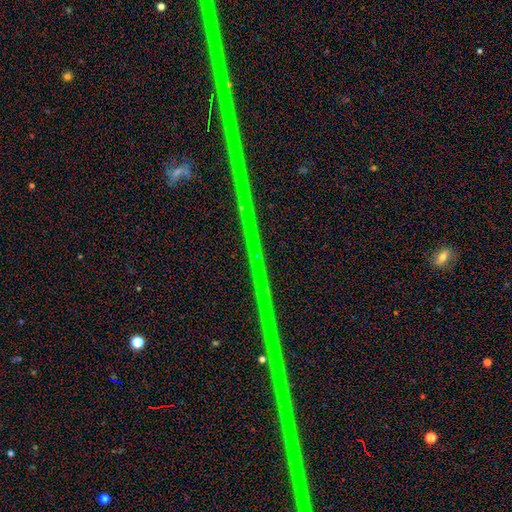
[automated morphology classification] A star or artifact, not a galaxy (89%).